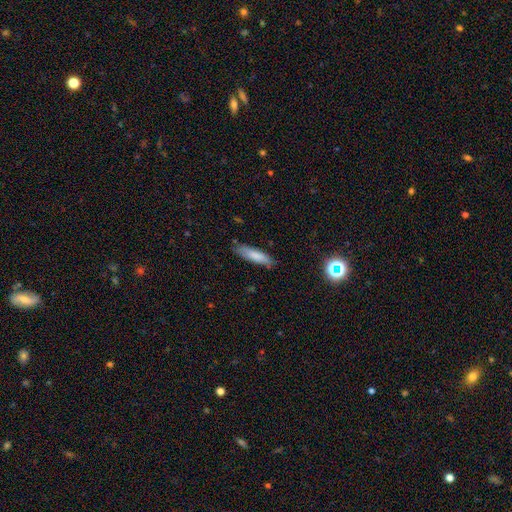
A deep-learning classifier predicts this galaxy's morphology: Overall: smooth (80%). How rounded: cigar-shaped (69%; in between 30%). Merging: none (80%).